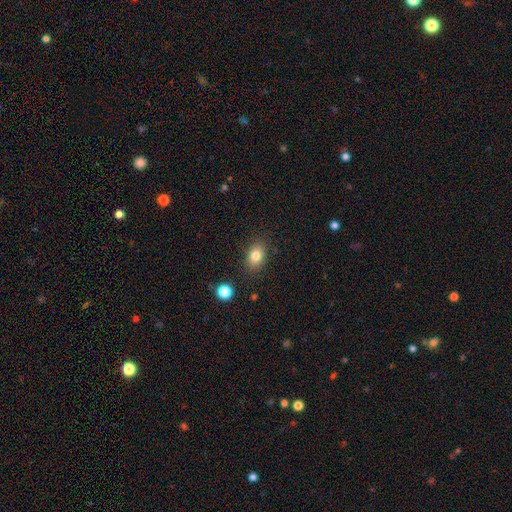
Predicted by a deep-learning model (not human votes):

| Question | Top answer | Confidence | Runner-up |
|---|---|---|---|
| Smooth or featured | smooth | 81% | star or artifact (10%) |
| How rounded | in between | 75% | round (24%) |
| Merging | none | 85% | minor disturbance (10%) |